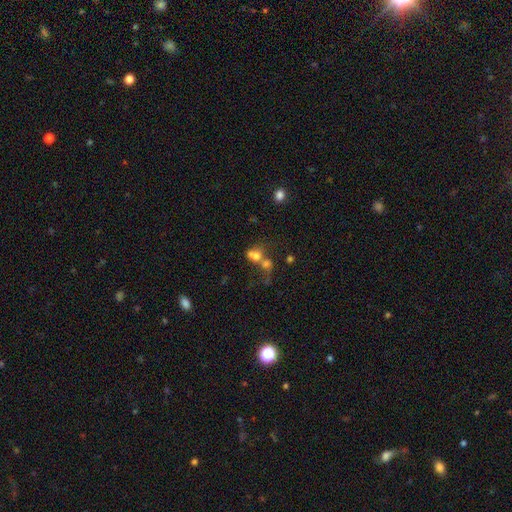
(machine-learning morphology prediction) Smooth or featured? smooth (65%)
How rounded? round (65%)
Merging? merger (67%)